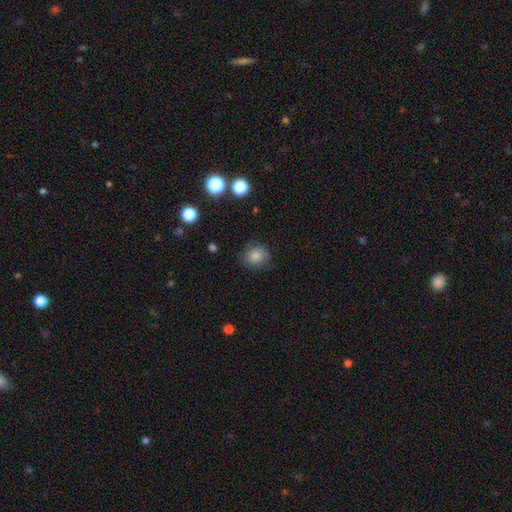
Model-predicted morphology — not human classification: A smooth galaxy with no disk features (79%) that is round (79%). Merging: none (75%).